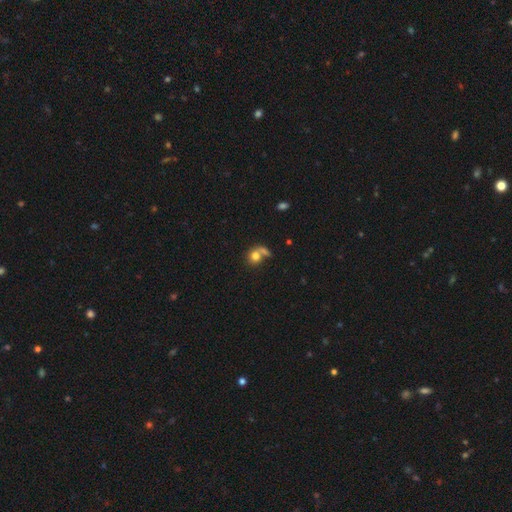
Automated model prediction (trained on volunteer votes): smooth 73%, featured or disk 17%, star or artifact 10%. Down the decision tree: how rounded — round (73%); merging — merger (39%).